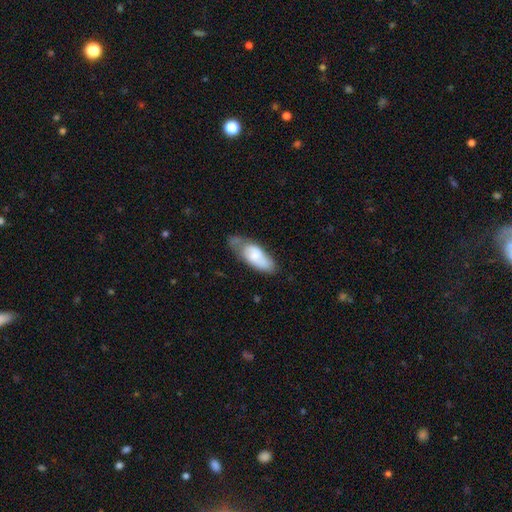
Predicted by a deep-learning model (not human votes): This appears to be a smooth galaxy with no disk features (66%) that is in between round and cigar-shaped (79%). Merging: none (39%).